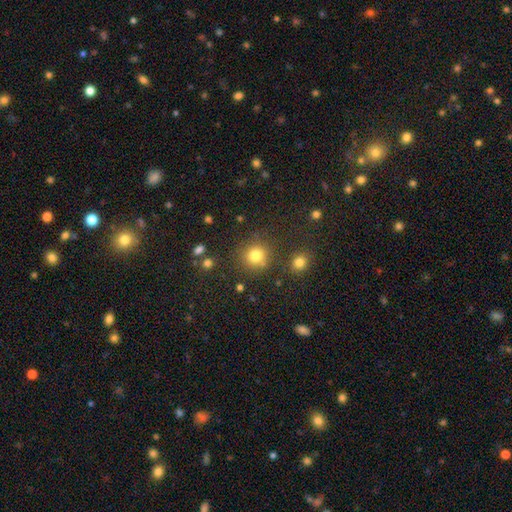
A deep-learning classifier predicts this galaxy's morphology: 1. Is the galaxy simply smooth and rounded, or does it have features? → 79% smooth, 15% star or artifact, 6% featured or disk.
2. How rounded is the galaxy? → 91% round, 8% in between, 1% cigar-shaped.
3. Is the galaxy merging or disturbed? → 79% none, 9% minor disturbance, 7% merger, 4% major disturbance.